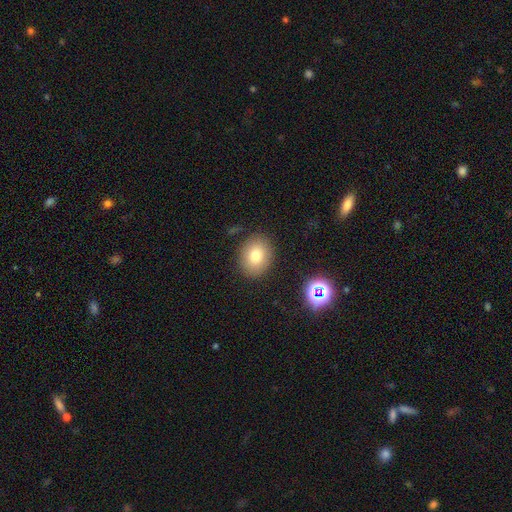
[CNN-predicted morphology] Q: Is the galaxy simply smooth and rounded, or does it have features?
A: smooth — 77%.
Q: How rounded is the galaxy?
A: round — 56%.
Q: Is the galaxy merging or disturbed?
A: none — 86%.